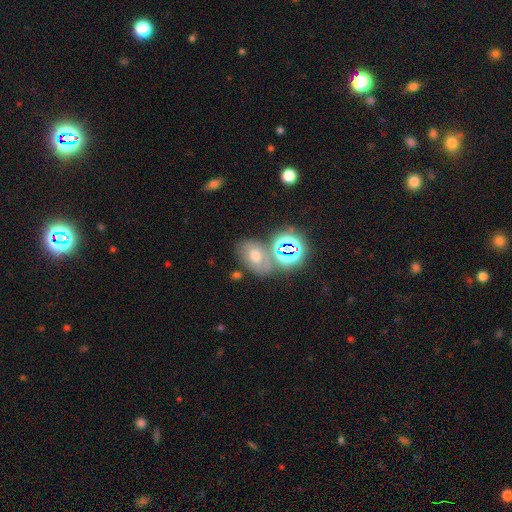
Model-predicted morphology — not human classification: This is possibly a smooth galaxy (48%). Merging: possibly none (58%).